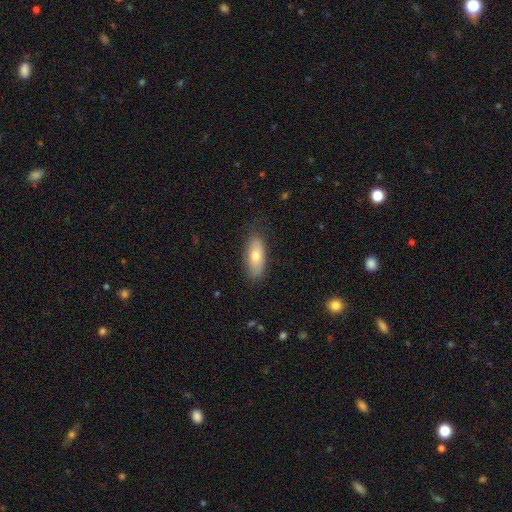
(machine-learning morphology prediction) Q: Smooth or featured?
A: smooth (73%); runner-up: featured or disk (21%)
Q: How rounded?
A: in between (78%); runner-up: cigar-shaped (20%)
Q: Merging?
A: none (81%); runner-up: minor disturbance (15%)